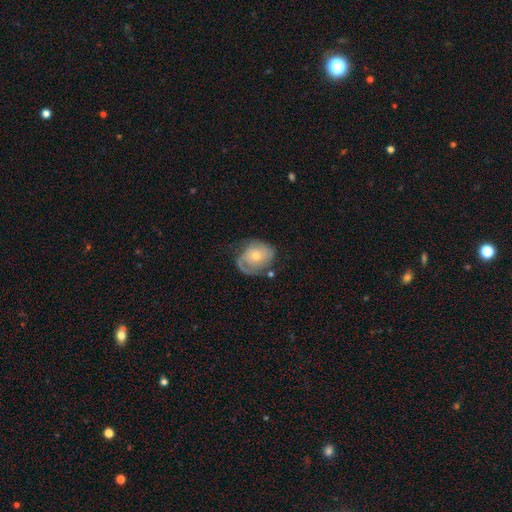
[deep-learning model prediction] Smooth or featured? Predicted: featured or disk (p=0.66). Edge-on disk? Predicted: no (p=0.97). Bar? Predicted: no (p=0.76). Spiral arms? Predicted: yes (p=0.85). Spiral winding? Predicted: tight (p=0.44). Spiral arm count? Predicted: 2 (p=0.43). Bulge size? Predicted: moderate (p=0.47, tied with small). Merging? Predicted: none (p=0.52).